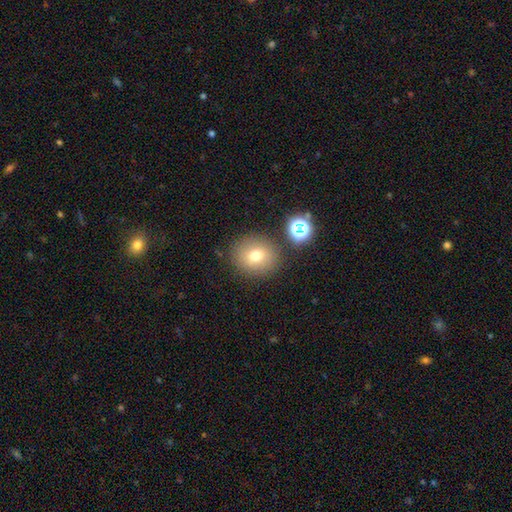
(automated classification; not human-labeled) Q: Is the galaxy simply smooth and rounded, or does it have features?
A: smooth — 73%.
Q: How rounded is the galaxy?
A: round — 81%.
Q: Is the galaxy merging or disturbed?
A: none — 81%.